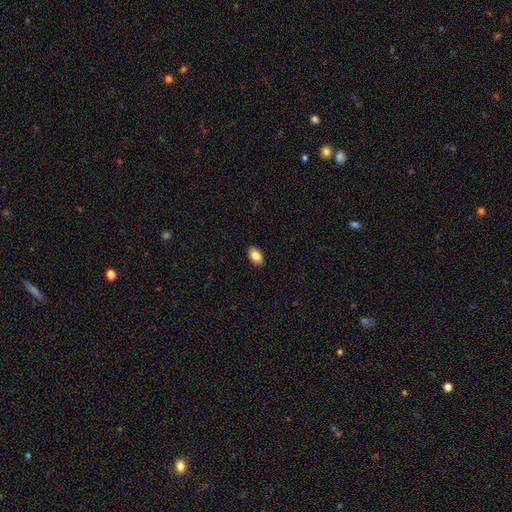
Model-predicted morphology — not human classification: Smooth or featured: smooth — 85% (featured or disk — 7%)
How rounded: in between — 91% (round — 7%)
Merging: none — 90% (minor disturbance — 7%)